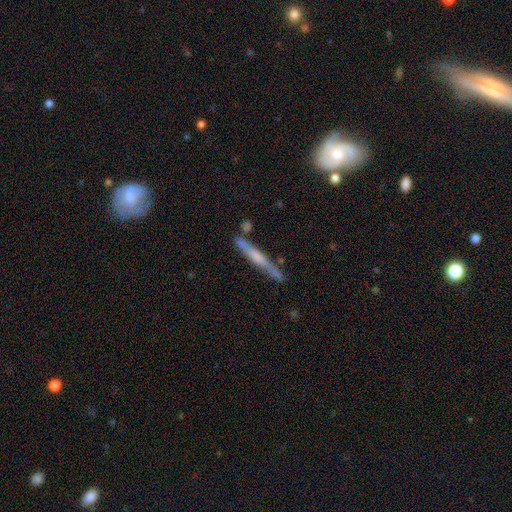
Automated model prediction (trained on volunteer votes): The model was most divided on "edge-on bulge": rounded: 43%, none: 36%, boxy: 21%. More confident: edge-on disk — yes (95%); merging — none (75%); smooth or featured — featured or disk (56%).